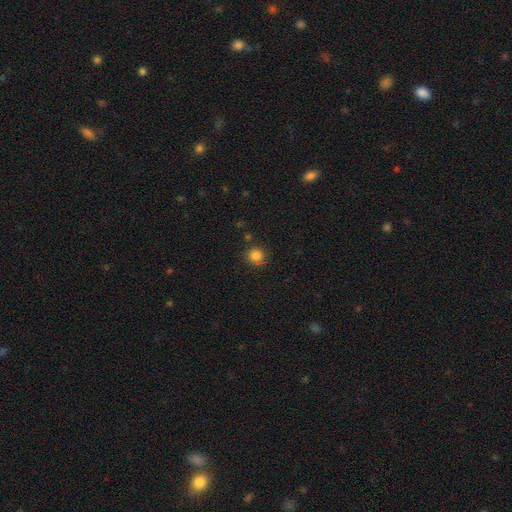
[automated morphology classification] Smooth or featured? Predicted: smooth (p=0.82). How rounded? Predicted: round (p=0.91). Merging? Predicted: none (p=0.83).